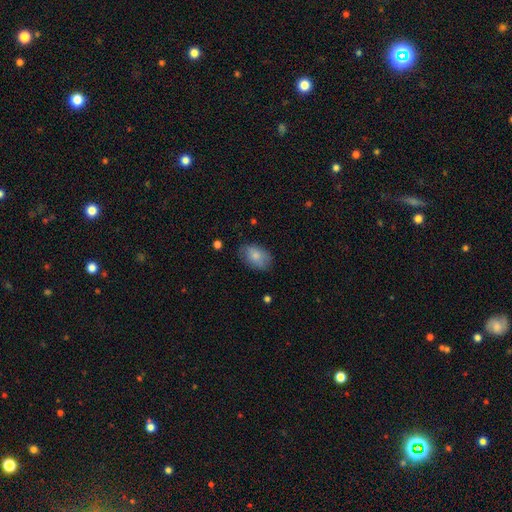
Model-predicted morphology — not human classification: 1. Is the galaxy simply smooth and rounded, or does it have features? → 80% smooth, 14% featured or disk, 7% star or artifact.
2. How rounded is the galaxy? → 88% in between, 11% round, 1% cigar-shaped.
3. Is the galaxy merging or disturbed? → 75% none, 19% minor disturbance, 5% major disturbance, 1% merger.